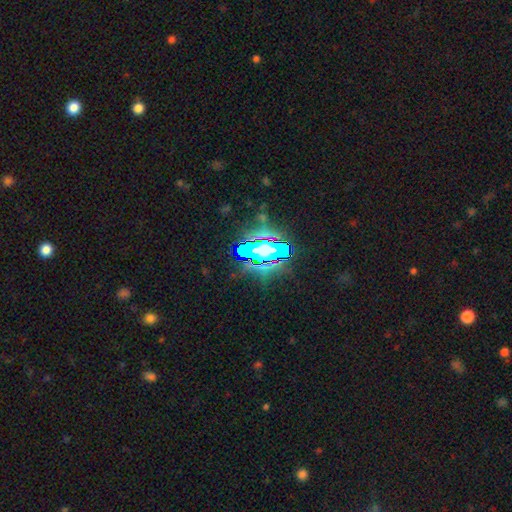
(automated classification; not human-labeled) Smooth or featured: star or artifact — 55% (smooth — 24%)